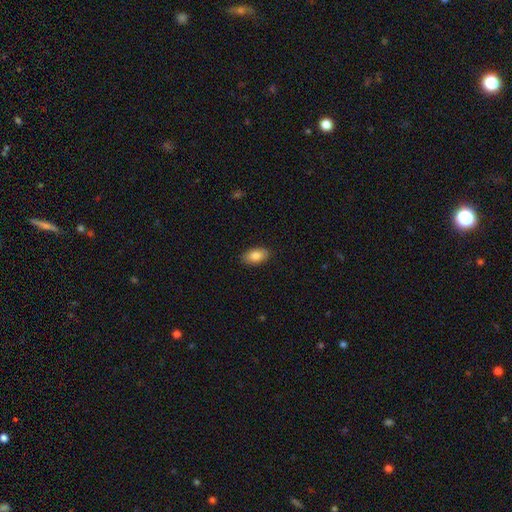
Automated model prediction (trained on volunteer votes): Smooth or featured?
  - smooth: 86% *
  - featured or disk: 7%
  - star or artifact: 7%
How rounded?
  - in between: 93% *
  - round: 5%
  - cigar-shaped: 2%
Merging?
  - none: 87% *
  - minor disturbance: 10%
  - major disturbance: 2%
  - merger: 1%